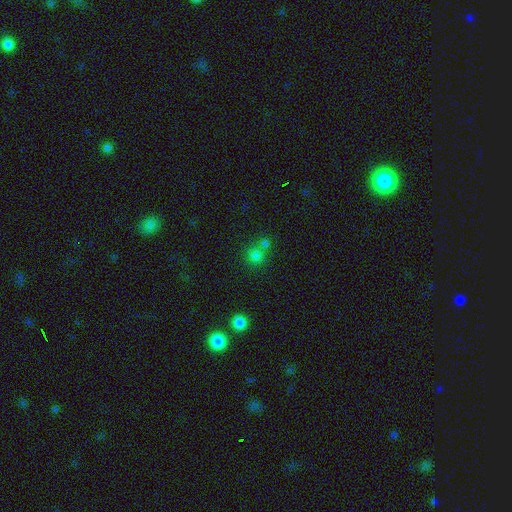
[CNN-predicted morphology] This appears to be a smooth galaxy with no disk features (76%) that is round (89%). Merging: none (55%).